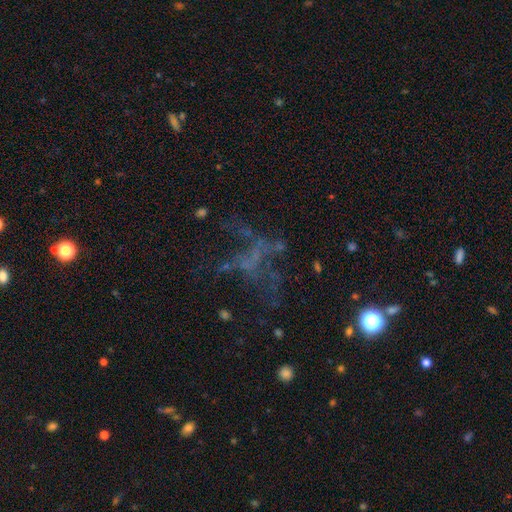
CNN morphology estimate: smooth-or-featured: featured or disk: 43% | star or artifact: 37% | smooth: 20%
  merging: none: 45% | major disturbance: 33% | minor disturbance: 13% | merger: 9%